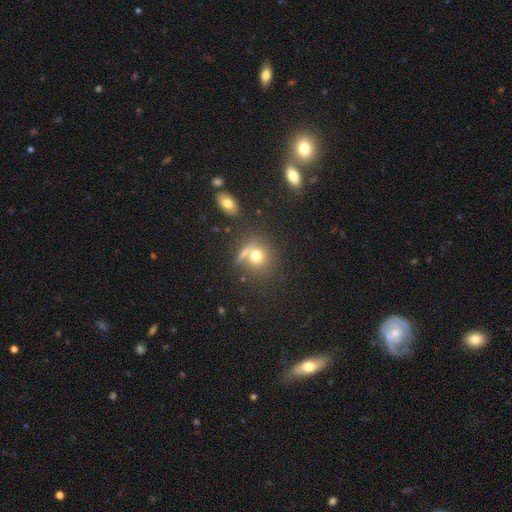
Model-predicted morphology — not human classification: Smooth or featured? Predicted: smooth (p=0.71). How rounded? Predicted: round (p=0.80). Merging? Predicted: none (p=0.56).